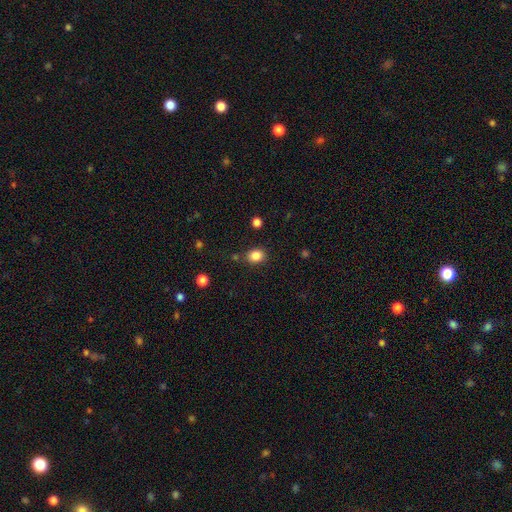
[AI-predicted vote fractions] Morphology: type=smooth (84%); roundness=in between (51%); merging=none (81%).